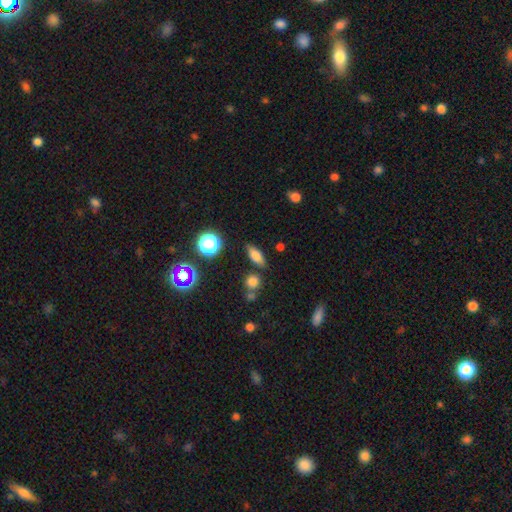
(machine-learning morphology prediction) Smooth or featured: smooth — 73% (star or artifact — 14%)
How rounded: in between — 69% (cigar-shaped — 21%)
Merging: none — 80% (minor disturbance — 13%)